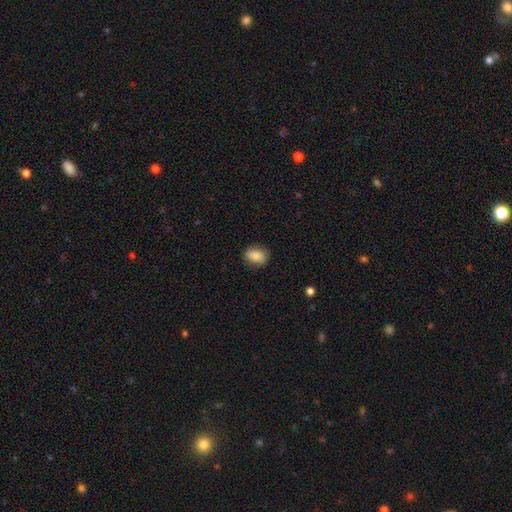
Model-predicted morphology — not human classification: This appears to be a smooth galaxy with no disk features (83%) that is in between round and cigar-shaped (76%). Merging: none (79%).